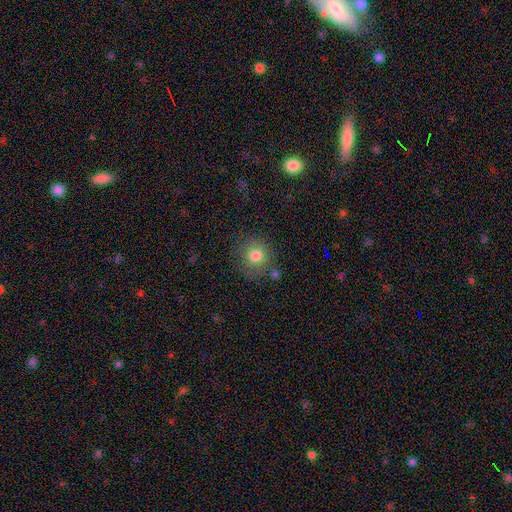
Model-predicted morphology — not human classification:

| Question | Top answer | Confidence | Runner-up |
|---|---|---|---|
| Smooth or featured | smooth | 79% | star or artifact (11%) |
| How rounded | round | 91% | in between (8%) |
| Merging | none | 80% | minor disturbance (11%) |